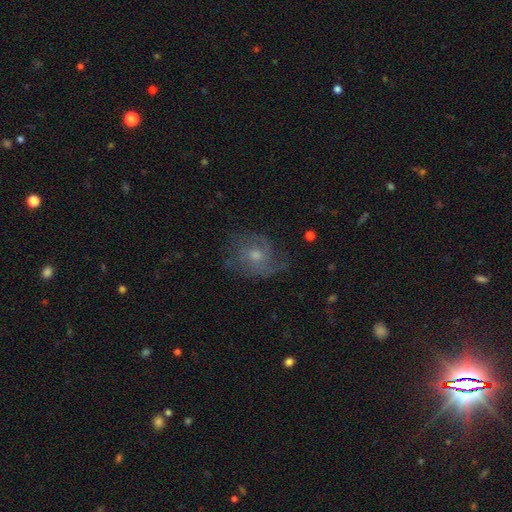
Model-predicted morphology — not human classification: A featured or disk galaxy (64%) with no bar (77%), 2 (38%) medium (43%) spiral arms (83%) and a moderate central bulge (58%).

Vote fractions:
- Smooth or featured? featured or disk: 64% / smooth: 25% / star or artifact: 10%
- Edge-on disk? no: 97% / yes: 3%
- Bar? no: 77% / weak: 20% / strong: 3%
- Spiral arms? yes: 83% / no: 17%
- Spiral winding? medium: 43% / tight: 36% / loose: 21%
- Spiral arm count? 2: 38% / can't tell: 32% / 3: 15% / 1: 8% / 4: 4% / more than 4: 4%
- Bulge size? moderate: 58% / small: 34% / large: 4% / none: 3% / dominant: 1%
- Merging? none: 63% / minor disturbance: 22% / major disturbance: 14% / merger: 1%